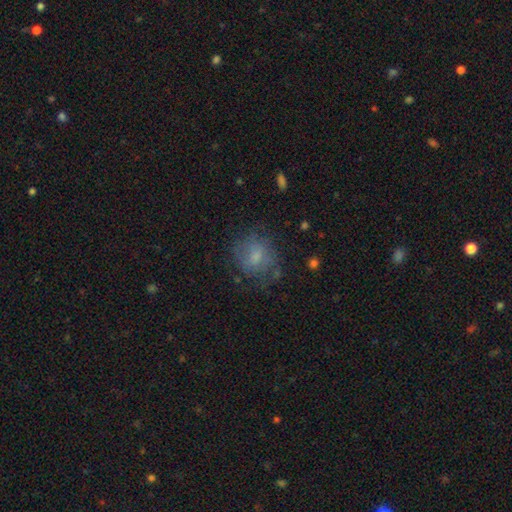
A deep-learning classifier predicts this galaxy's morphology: A smooth galaxy with no disk features (61%) that is round (71%).

Vote fractions:
- Smooth or featured? smooth: 61% / featured or disk: 29% / star or artifact: 10%
- How rounded? round: 71% / in between: 28% / cigar-shaped: 1%
- Merging? none: 62% / minor disturbance: 22% / major disturbance: 14% / merger: 2%